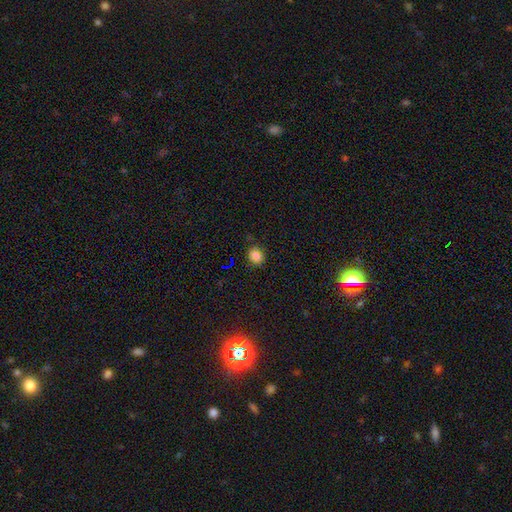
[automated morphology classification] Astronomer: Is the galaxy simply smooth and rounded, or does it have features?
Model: smooth — 82%.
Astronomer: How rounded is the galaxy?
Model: round — 67%.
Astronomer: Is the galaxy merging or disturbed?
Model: none — 82%.